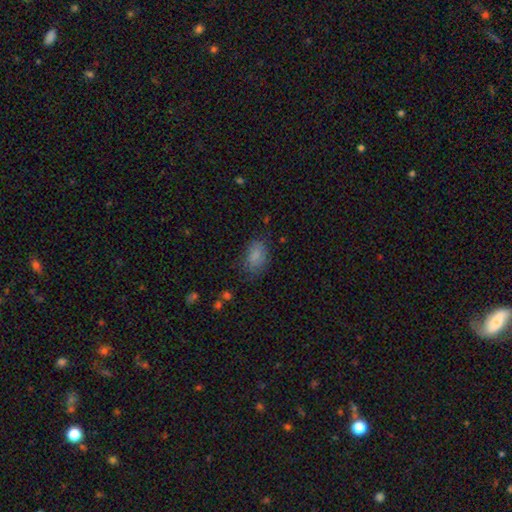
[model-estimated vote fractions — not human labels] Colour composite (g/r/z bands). It shows a smooth galaxy with no disk features (81%) that is in between round and cigar-shaped (86%). Merging: none (71%).